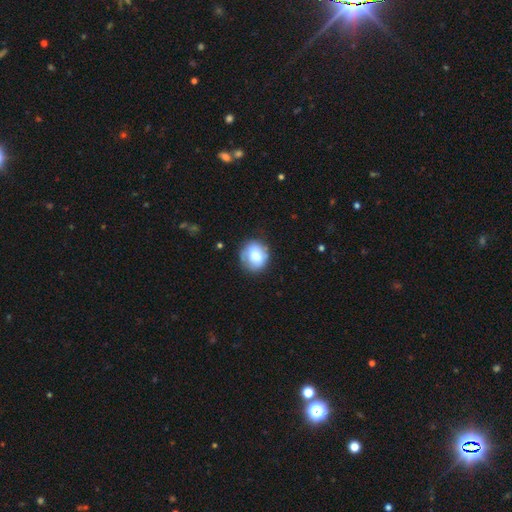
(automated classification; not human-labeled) Q: Smooth or featured?
A: smooth (72%); runner-up: featured or disk (20%)
Q: How rounded?
A: round (69%); runner-up: in between (31%)
Q: Merging?
A: none (66%); runner-up: minor disturbance (24%)